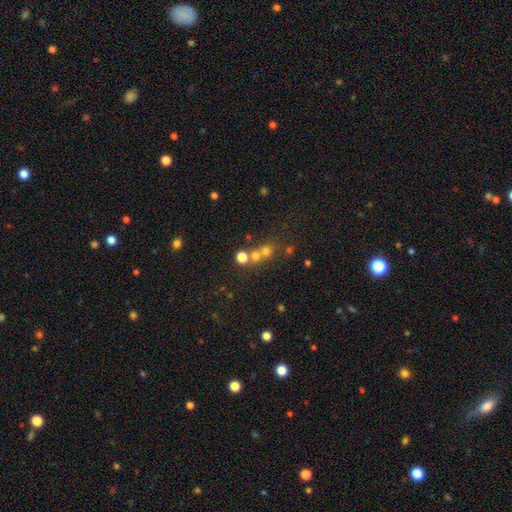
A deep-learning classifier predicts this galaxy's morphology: type=smooth (62%); roundness=round (85%); merging=none (46%).